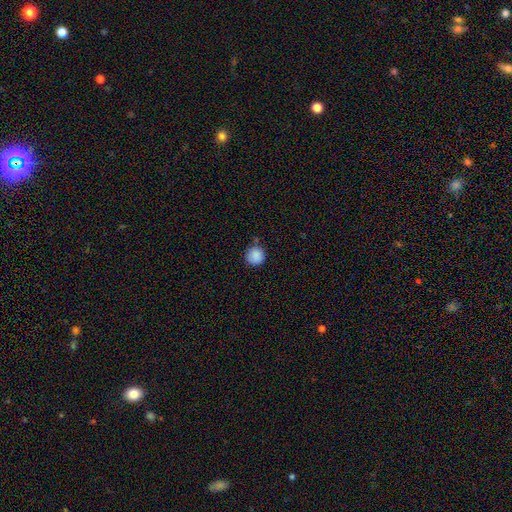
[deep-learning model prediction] smooth-or-featured: smooth: 88% | star or artifact: 9% | featured or disk: 3%
  how-rounded: round: 94% | in between: 5% | cigar-shaped: 1%
  merging: none: 77% | minor disturbance: 15% | merger: 4% | major disturbance: 3%